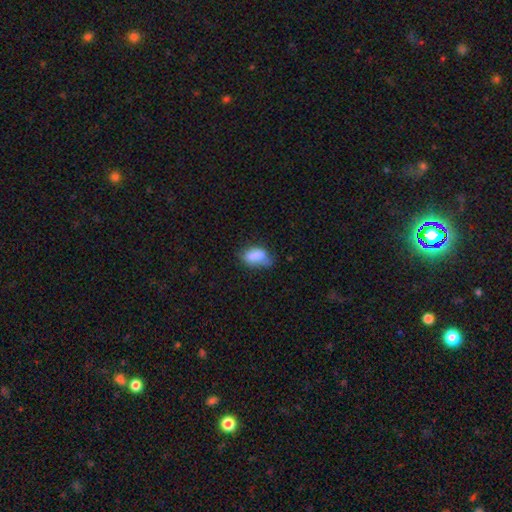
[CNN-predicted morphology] This is clearly a smooth galaxy (81%). How rounded: clearly in between (89%). Merging: possibly none (48%).